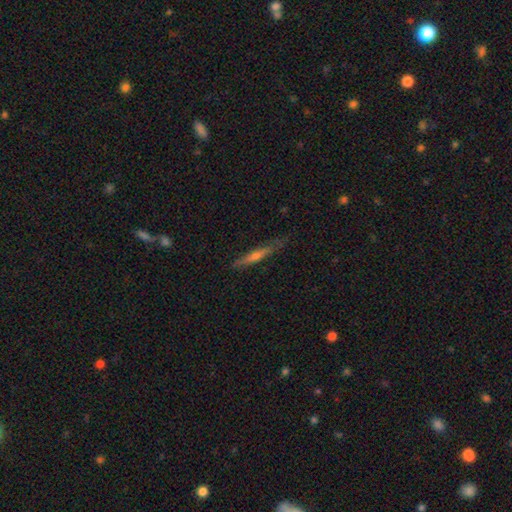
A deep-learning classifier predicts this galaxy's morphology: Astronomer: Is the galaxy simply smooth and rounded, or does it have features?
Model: featured or disk — 61%.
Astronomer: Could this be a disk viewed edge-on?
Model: yes — 94%.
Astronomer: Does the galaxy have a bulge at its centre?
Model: rounded — 70%.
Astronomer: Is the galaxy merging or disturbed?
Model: none — 83%.